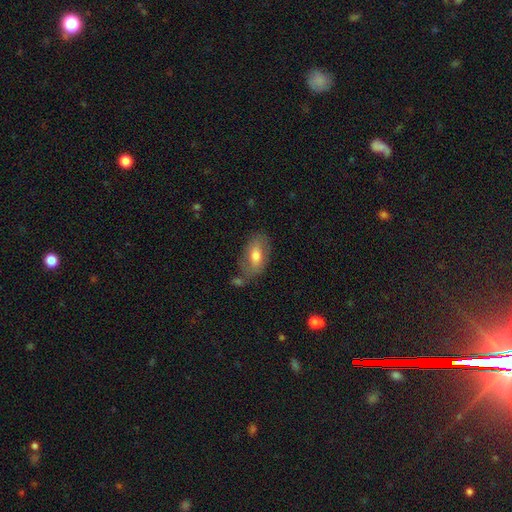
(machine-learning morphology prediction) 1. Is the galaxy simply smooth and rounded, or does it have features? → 64% smooth, 29% featured or disk, 7% star or artifact.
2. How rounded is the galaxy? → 91% in between, 6% round, 3% cigar-shaped.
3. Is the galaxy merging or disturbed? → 64% none, 21% minor disturbance, 8% major disturbance, 7% merger.